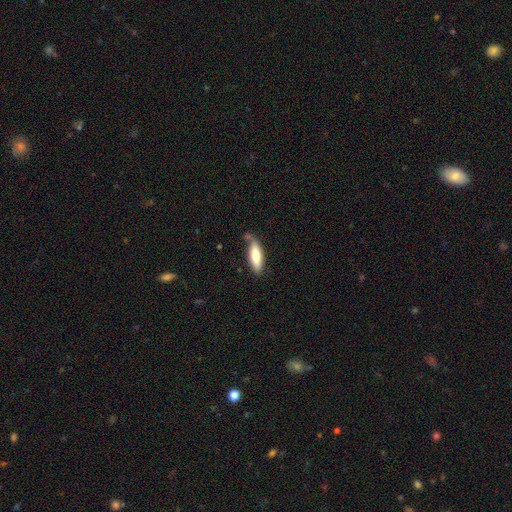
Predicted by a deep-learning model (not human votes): A smooth galaxy with no disk features (77%) that is cigar-shaped (50%). Merging: none (63%).